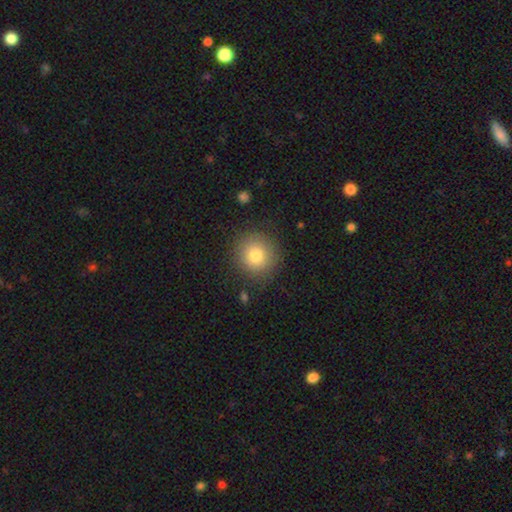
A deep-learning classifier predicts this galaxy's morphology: smooth-or-featured: smooth: 80% | star or artifact: 10% | featured or disk: 10%
  how-rounded: round: 92% | in between: 7% | cigar-shaped: 1%
  merging: none: 86% | minor disturbance: 9% | major disturbance: 3% | merger: 2%